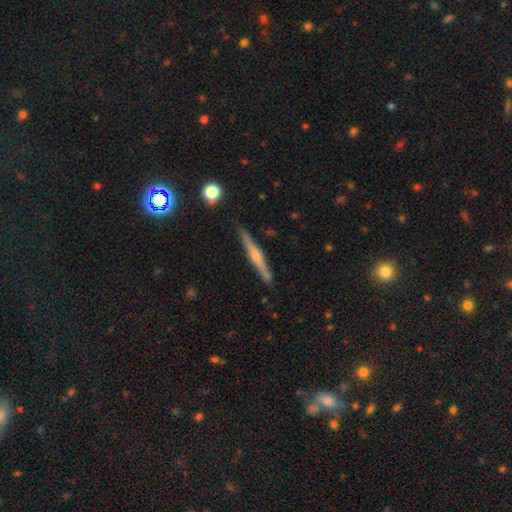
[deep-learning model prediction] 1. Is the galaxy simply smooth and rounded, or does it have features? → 64% featured or disk, 30% smooth, 6% star or artifact.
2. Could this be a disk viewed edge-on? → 97% yes, 3% no.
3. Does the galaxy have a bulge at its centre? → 71% rounded, 20% none, 9% boxy.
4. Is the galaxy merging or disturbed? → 87% none, 10% minor disturbance, 2% major disturbance, 1% merger.